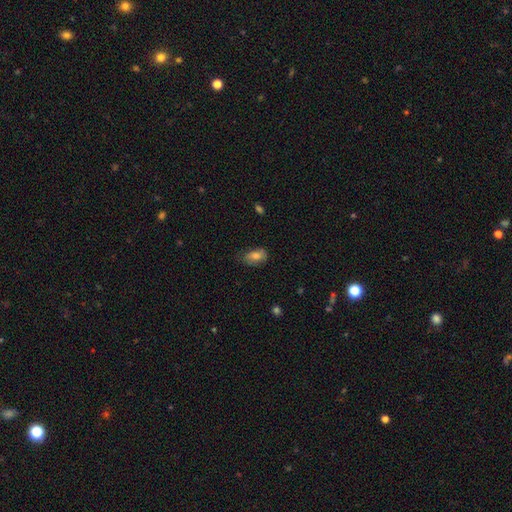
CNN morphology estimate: type=smooth (76%); roundness=in between (88%); merging=none (63%).